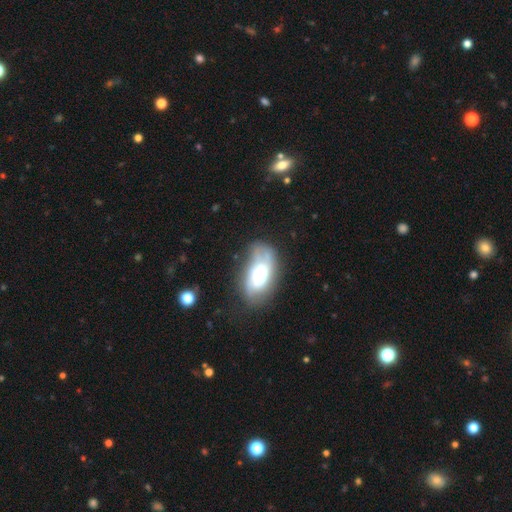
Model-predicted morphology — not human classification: smooth-or-featured: smooth: 46% | featured or disk: 44% | star or artifact: 11%
  merging: none: 54% | minor disturbance: 28% | major disturbance: 14% | merger: 3%